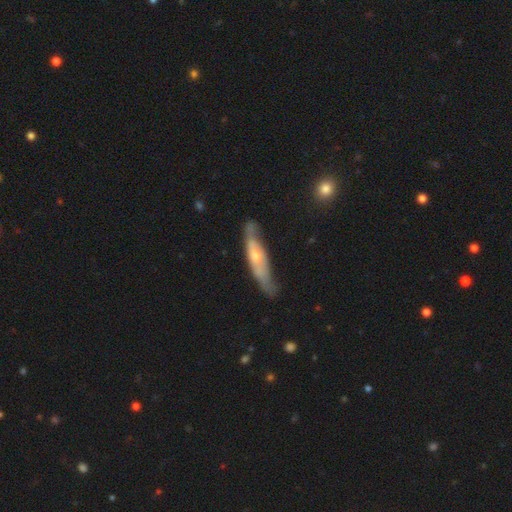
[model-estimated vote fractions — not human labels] Smooth or featured?
  - featured or disk: 59% *
  - smooth: 36%
  - star or artifact: 6%
Edge-on disk?
  - yes: 58% *
  - no: 42%
Merging?
  - none: 58% *
  - minor disturbance: 29%
  - major disturbance: 10%
  - merger: 3%